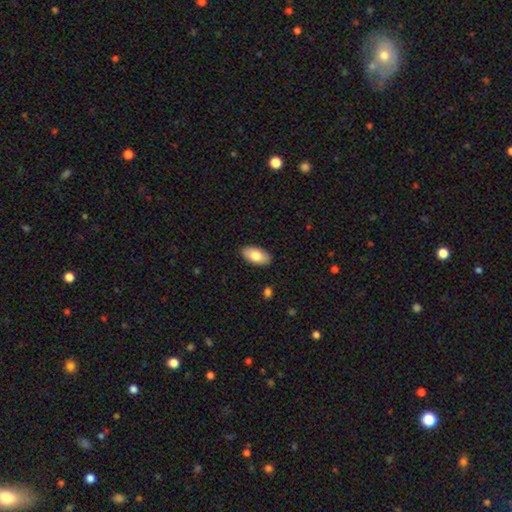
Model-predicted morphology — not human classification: Q: Smooth or featured?
A: smooth (80%); runner-up: featured or disk (14%)
Q: How rounded?
A: in between (94%); runner-up: cigar-shaped (3%)
Q: Merging?
A: none (89%); runner-up: minor disturbance (8%)